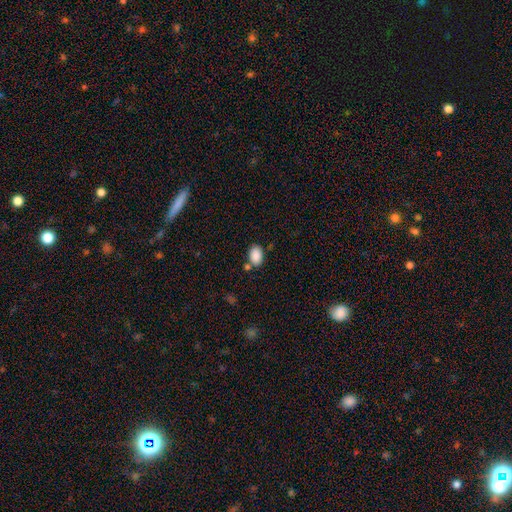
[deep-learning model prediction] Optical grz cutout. It shows a smooth galaxy with no disk features (89%) that is in between round and cigar-shaped (86%). Merging: none (73%).